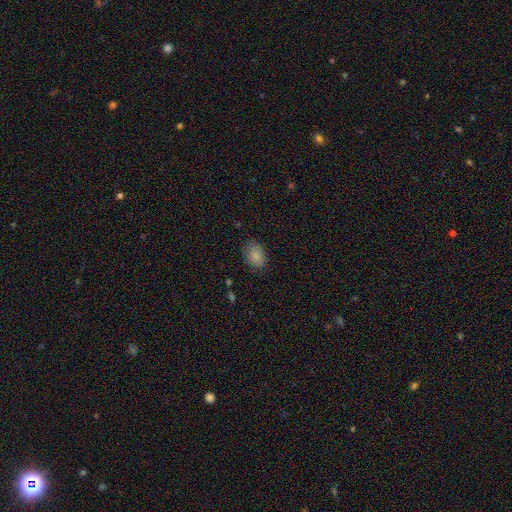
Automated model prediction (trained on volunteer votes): A smooth galaxy with no disk features (87%) that is in between round and cigar-shaped (81%).

Vote fractions:
- Smooth or featured? smooth: 87% / star or artifact: 8% / featured or disk: 5%
- How rounded? in between: 81% / round: 18% / cigar-shaped: 1%
- Merging? none: 81% / minor disturbance: 14% / major disturbance: 3% / merger: 1%